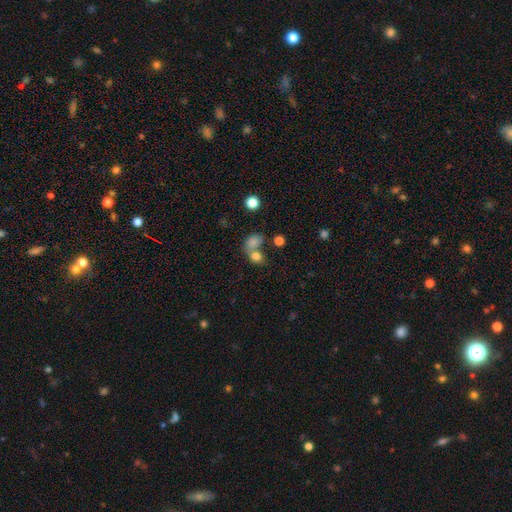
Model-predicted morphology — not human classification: type=smooth (77%); roundness=round (50%); merging=merger (54%).